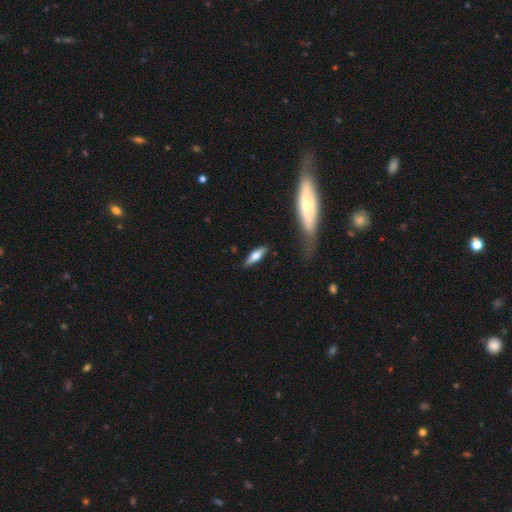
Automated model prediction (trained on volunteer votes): Smooth or featured: smooth — 59% (featured or disk — 35%)
How rounded: cigar-shaped — 50% (in between — 48%)
Merging: none — 83% (minor disturbance — 12%)